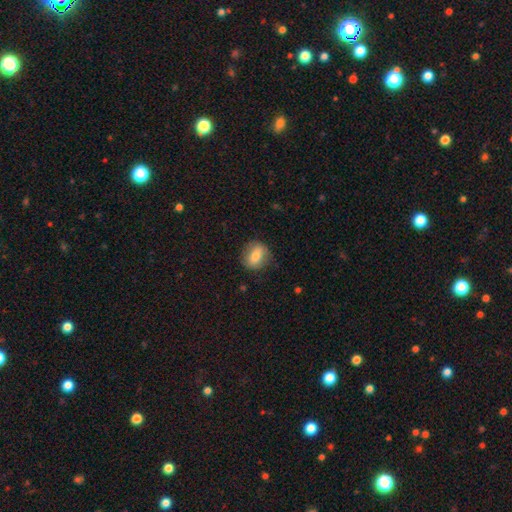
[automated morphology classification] Smooth or featured? Predicted: smooth (p=0.73). How rounded? Predicted: round (p=0.59). Merging? Predicted: none (p=0.82).